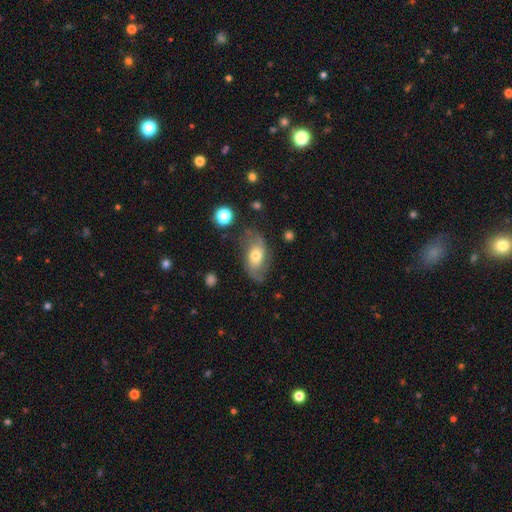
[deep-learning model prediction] Smooth or featured? Predicted: featured or disk (p=0.60). Edge-on disk? Predicted: no (p=0.93). Bar? Predicted: no (p=0.71). Spiral arms? Predicted: yes (p=0.85). Bulge size? Predicted: moderate (p=0.65). Merging? Predicted: none (p=0.64).